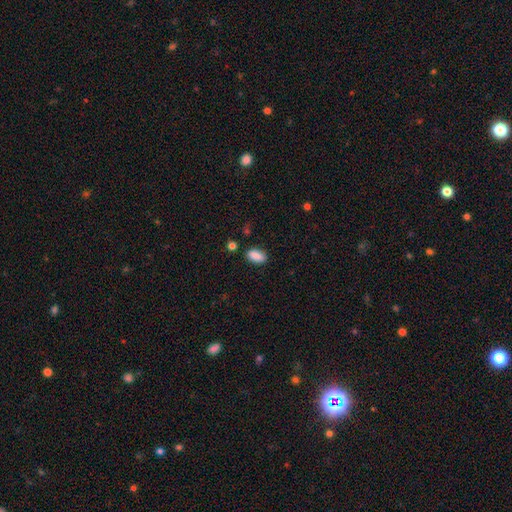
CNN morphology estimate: smooth 88%, star or artifact 8%, featured or disk 4%. Down the decision tree: how rounded — in between (90%); merging — none (83%).